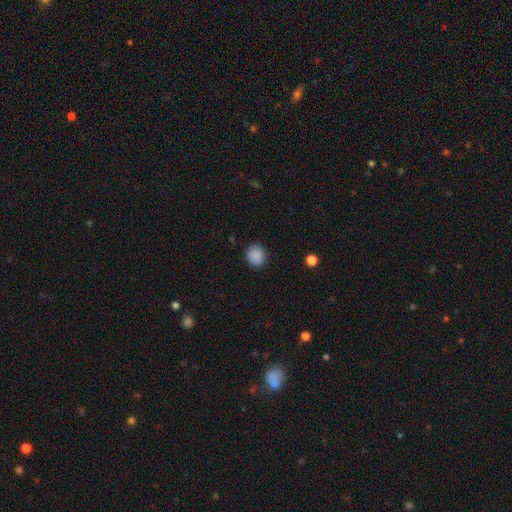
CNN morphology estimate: This is clearly a smooth galaxy (88%). How rounded: likely round (79%). Merging: clearly none (88%).